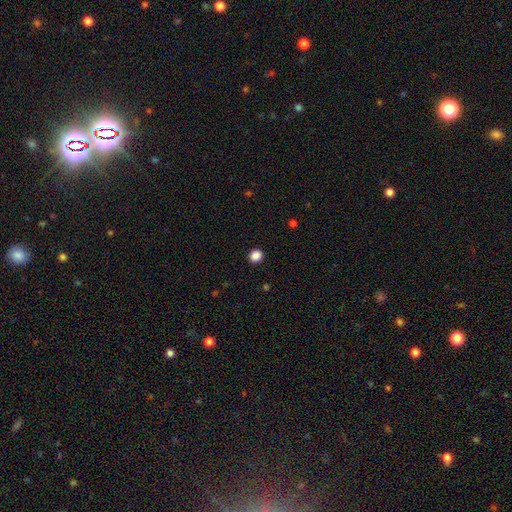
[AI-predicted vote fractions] smooth-or-featured: smooth: 87% | star or artifact: 11% | featured or disk: 3%
  how-rounded: round: 88% | in between: 11% | cigar-shaped: 1%
  merging: none: 92% | minor disturbance: 5% | major disturbance: 2% | merger: 1%